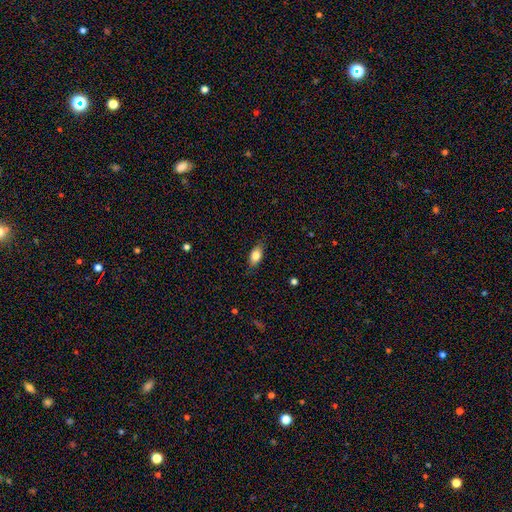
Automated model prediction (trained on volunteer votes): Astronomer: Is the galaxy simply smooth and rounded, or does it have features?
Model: smooth — 82%.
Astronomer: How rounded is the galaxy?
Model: in between — 88%.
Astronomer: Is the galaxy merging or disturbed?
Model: none — 84%.